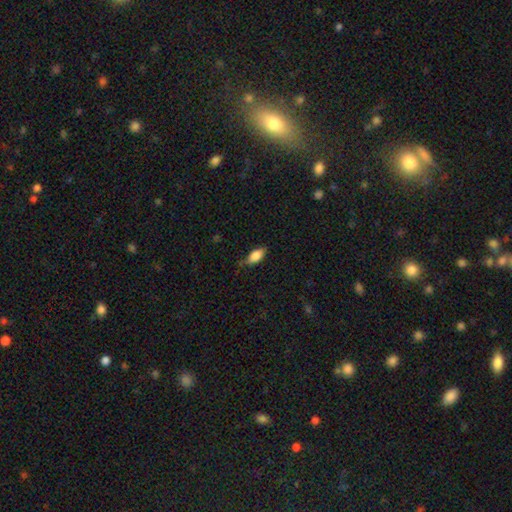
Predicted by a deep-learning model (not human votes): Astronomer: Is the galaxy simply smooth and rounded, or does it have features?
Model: smooth — 85%.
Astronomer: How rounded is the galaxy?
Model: in between — 88%.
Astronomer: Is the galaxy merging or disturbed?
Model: none — 73%.